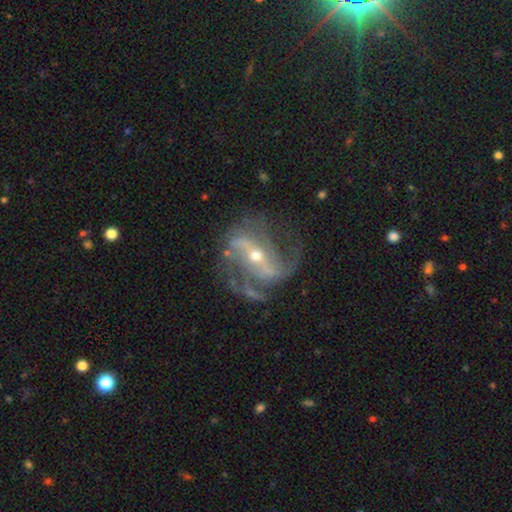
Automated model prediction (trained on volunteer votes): smooth_or_featured: featured or disk (p=0.89) [alt: star or artifact p=0.07]
disk_edge_on: no (p=0.95) [alt: yes p=0.05]
bar: strong (p=0.64) [alt: weak p=0.23]
has_spiral_arms: yes (p=0.95) [alt: no p=0.05]
spiral_winding: medium (p=0.42) [alt: loose p=0.41]
spiral_arm_count: 2 (p=0.70) [alt: 3 p=0.12]
bulge_size: small (p=0.55) [alt: moderate p=0.41]
merging: none (p=0.60) [alt: minor disturbance p=0.19]